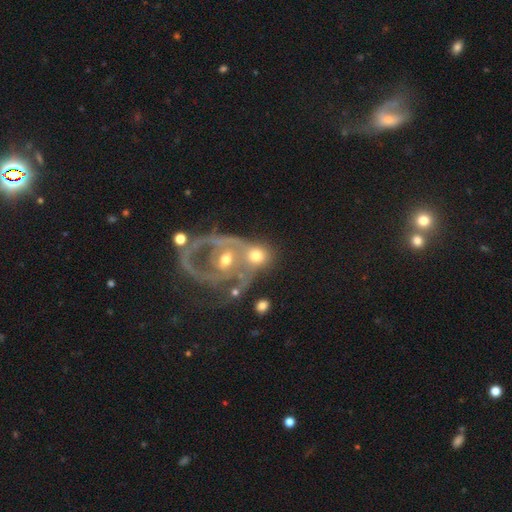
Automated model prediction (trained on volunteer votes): Smooth or featured: featured or disk — 54% (smooth — 36%)
Edge-on disk: no — 96% (yes — 4%)
Bar: no — 66% (weak — 25%)
Spiral arms: yes — 60% (no — 40%)
Bulge size: moderate — 58% (small — 24%)
Merging: merger — 50% (none — 25%)